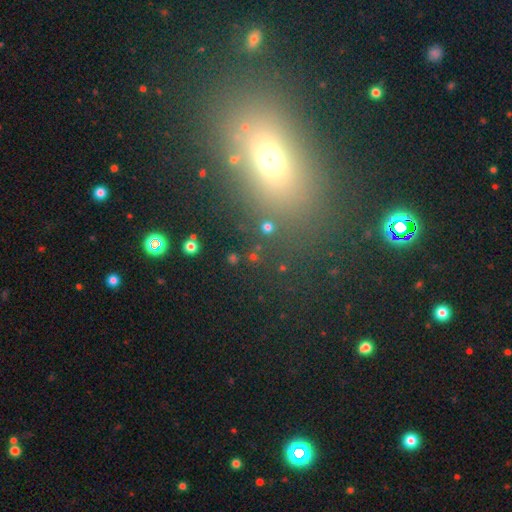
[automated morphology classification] A smooth galaxy with no disk features (54%) that is in between round and cigar-shaped (65%).

Vote fractions:
- Smooth or featured? smooth: 54% / star or artifact: 32% / featured or disk: 14%
- How rounded? in between: 65% / round: 26% / cigar-shaped: 8%
- Merging? none: 80% / minor disturbance: 10% / major disturbance: 6% / merger: 4%